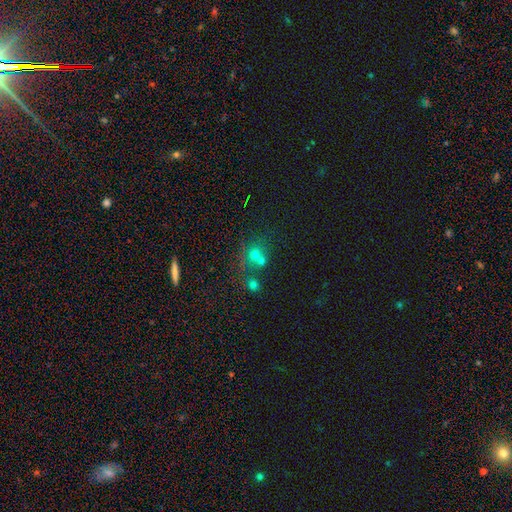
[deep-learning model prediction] Smooth or featured? smooth (59%)
How rounded? round (79%)
Merging? merger (48%)